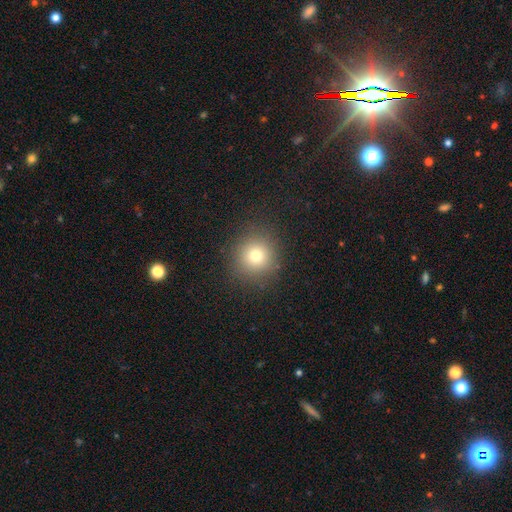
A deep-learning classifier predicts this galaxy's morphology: Smooth or featured?
  - smooth: 75% *
  - star or artifact: 15%
  - featured or disk: 9%
How rounded?
  - round: 92% *
  - in between: 7%
  - cigar-shaped: 1%
Merging?
  - none: 88% *
  - minor disturbance: 7%
  - major disturbance: 3%
  - merger: 1%